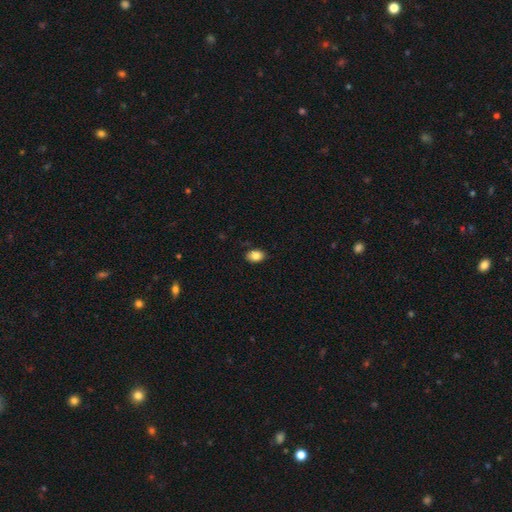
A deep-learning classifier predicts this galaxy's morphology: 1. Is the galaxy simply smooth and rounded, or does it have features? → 85% smooth, 8% star or artifact, 7% featured or disk.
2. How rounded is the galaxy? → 81% in between, 18% round, 1% cigar-shaped.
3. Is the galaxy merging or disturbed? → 86% none, 11% minor disturbance, 2% major disturbance, 1% merger.